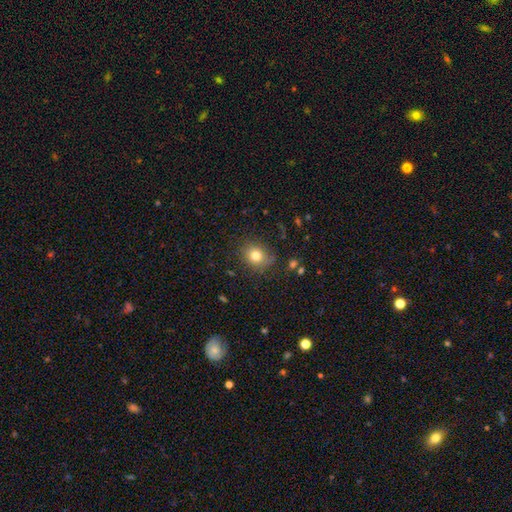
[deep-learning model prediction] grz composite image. It shows a smooth galaxy with no disk features (78%) that is round (67%). Merging: none (79%).